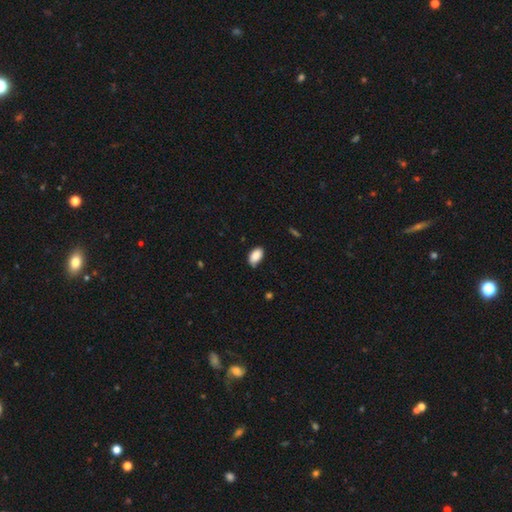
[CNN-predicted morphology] smooth-or-featured: smooth: 89% | star or artifact: 7% | featured or disk: 5%
  how-rounded: in between: 94% | round: 4% | cigar-shaped: 2%
  merging: none: 77% | minor disturbance: 19% | major disturbance: 3% | merger: 1%